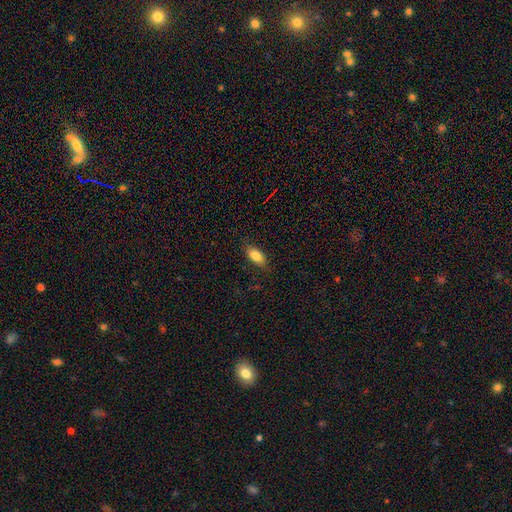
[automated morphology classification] Smooth or featured?
  - smooth: 83% *
  - featured or disk: 9%
  - star or artifact: 7%
How rounded?
  - in between: 88% *
  - cigar-shaped: 9%
  - round: 3%
Merging?
  - none: 85% *
  - minor disturbance: 11%
  - major disturbance: 3%
  - merger: 1%